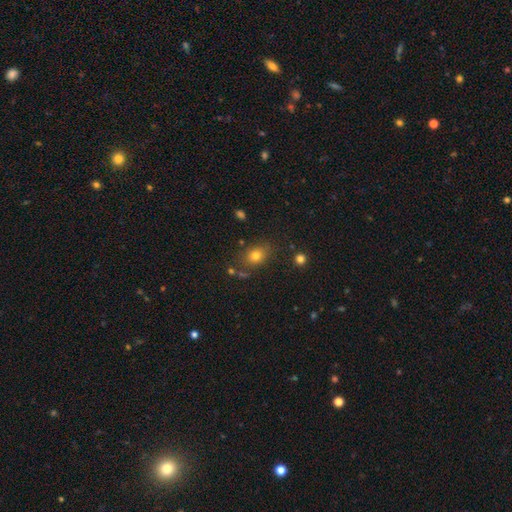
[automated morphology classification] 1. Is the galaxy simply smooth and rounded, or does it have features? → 77% smooth, 13% star or artifact, 9% featured or disk.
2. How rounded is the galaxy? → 58% in between, 40% round, 1% cigar-shaped.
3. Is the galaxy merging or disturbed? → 76% none, 14% minor disturbance, 5% merger, 5% major disturbance.